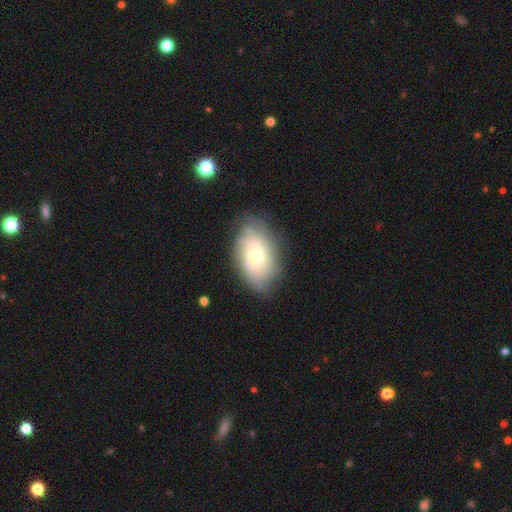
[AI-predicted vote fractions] Smooth or featured?
  - smooth: 47% *
  - featured or disk: 46%
  - star or artifact: 8%
Merging?
  - none: 73% *
  - minor disturbance: 20%
  - major disturbance: 6%
  - merger: 2%